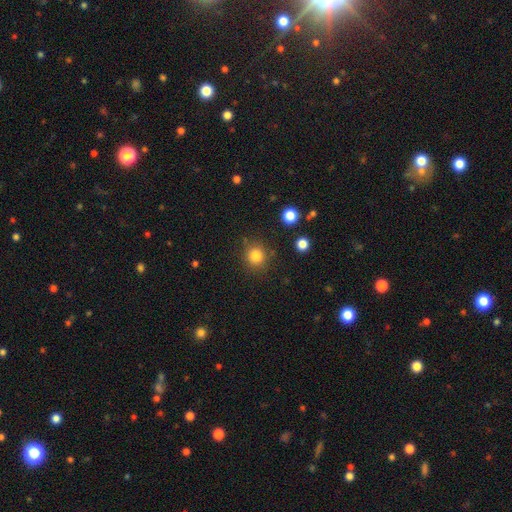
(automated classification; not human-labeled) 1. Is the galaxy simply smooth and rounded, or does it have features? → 83% smooth, 12% star or artifact, 5% featured or disk.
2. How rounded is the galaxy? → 89% round, 10% in between, 1% cigar-shaped.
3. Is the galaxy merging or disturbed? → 84% none, 10% minor disturbance, 3% major disturbance, 3% merger.